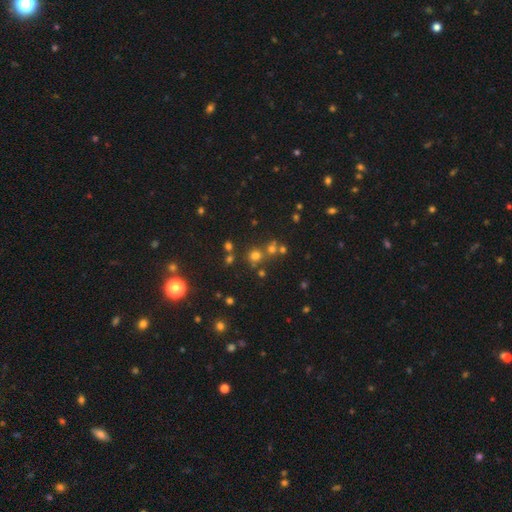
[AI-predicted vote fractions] This is possibly a smooth galaxy (56%). How rounded: clearly round (90%). Merging: likely none (69%).